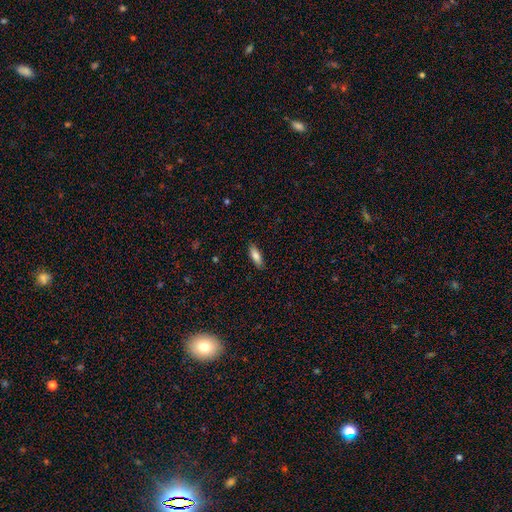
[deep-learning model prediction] smooth-or-featured: smooth: 82% | featured or disk: 12% | star or artifact: 7%
  how-rounded: in between: 60% | cigar-shaped: 39% | round: 2%
  merging: none: 86% | minor disturbance: 11% | major disturbance: 2% | merger: 1%